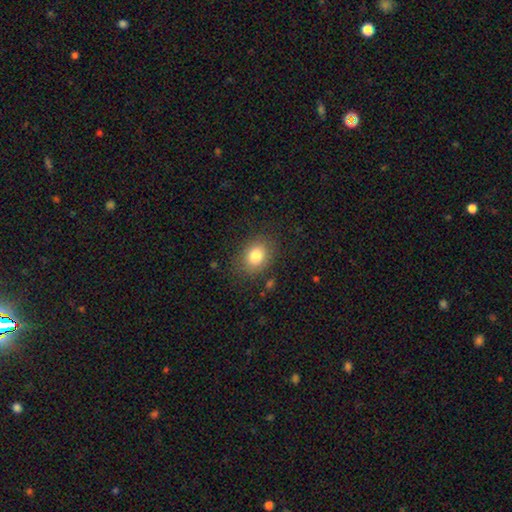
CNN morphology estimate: smooth 81%, star or artifact 10%, featured or disk 9%. Down the decision tree: how rounded — in between (54%); merging — none (82%).